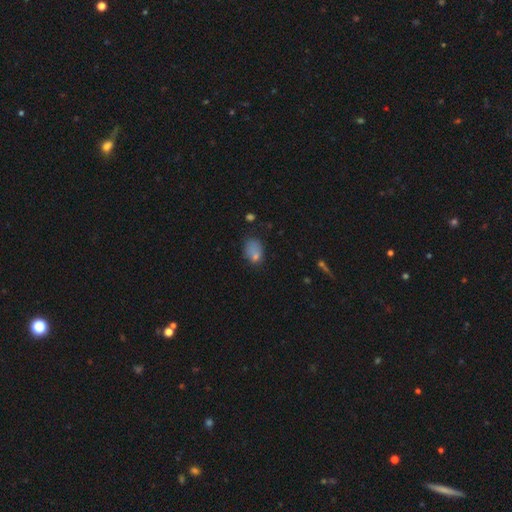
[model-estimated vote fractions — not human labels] This is likely a smooth galaxy (69%). How rounded: likely in between (77%). Merging: possibly none (58%).